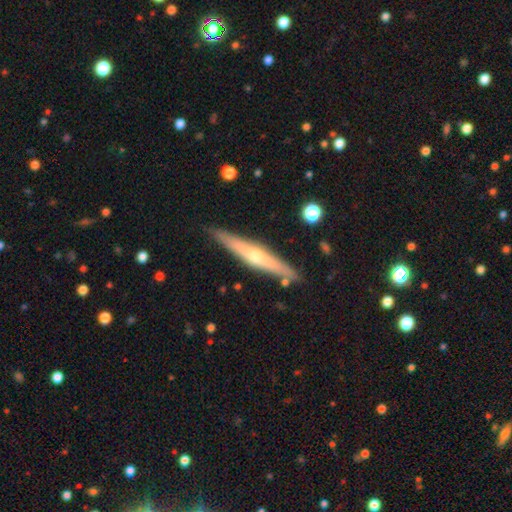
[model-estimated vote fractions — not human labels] featured or disk 58%, smooth 36%, star or artifact 6%. Down the decision tree: edge-on disk — yes (95%); edge-on bulge — rounded (74%); merging — none (87%).